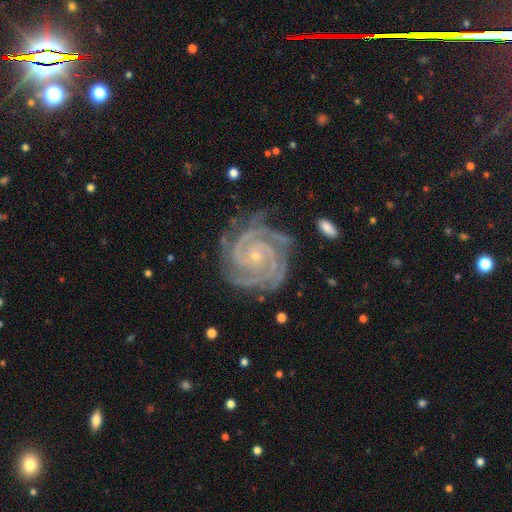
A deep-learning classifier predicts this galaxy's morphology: Smooth or featured? featured or disk (93%)
Edge-on disk? no (98%)
Bar? no (71%)
Spiral arms? yes (99%)
Spiral winding? tight (85%)
Spiral arm count? 3 (34%)
Bulge size? small (83%)
Merging? none (74%)